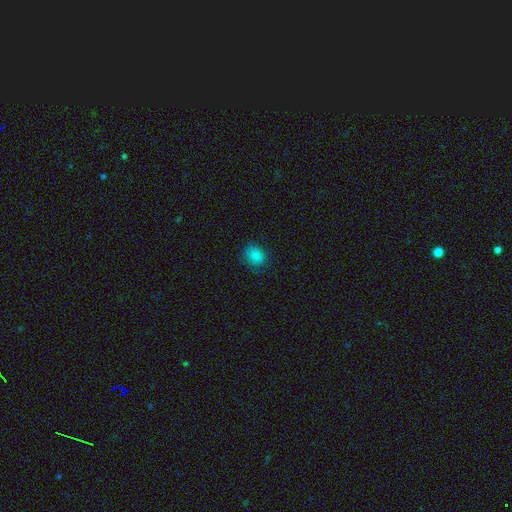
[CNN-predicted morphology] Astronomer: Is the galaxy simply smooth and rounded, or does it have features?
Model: smooth — 83%.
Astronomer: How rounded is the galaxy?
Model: round — 56% (runner-up: in between, 44%).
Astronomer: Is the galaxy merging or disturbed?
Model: none — 76%.